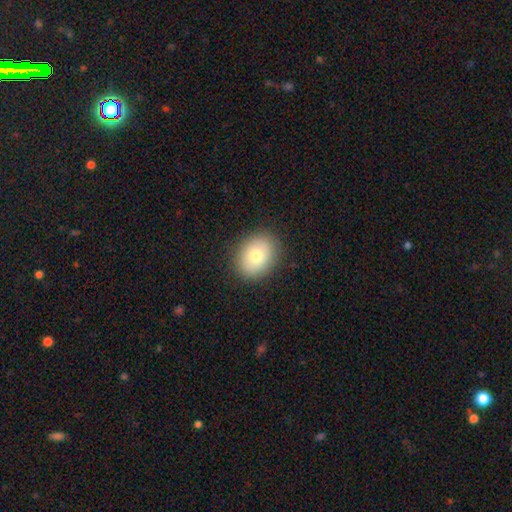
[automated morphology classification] smooth-or-featured: smooth: 75% | featured or disk: 16% | star or artifact: 9%
  how-rounded: in between: 51% | round: 48% | cigar-shaped: 1%
  merging: none: 88% | minor disturbance: 8% | major disturbance: 2% | merger: 1%